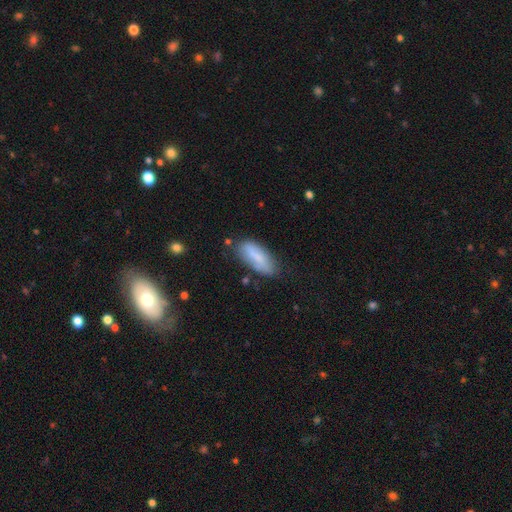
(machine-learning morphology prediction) Smooth or featured?
  - smooth: 71% *
  - featured or disk: 20%
  - star or artifact: 9%
How rounded?
  - in between: 68% *
  - cigar-shaped: 30%
  - round: 2%
Merging?
  - none: 70% *
  - minor disturbance: 21%
  - major disturbance: 5%
  - merger: 4%